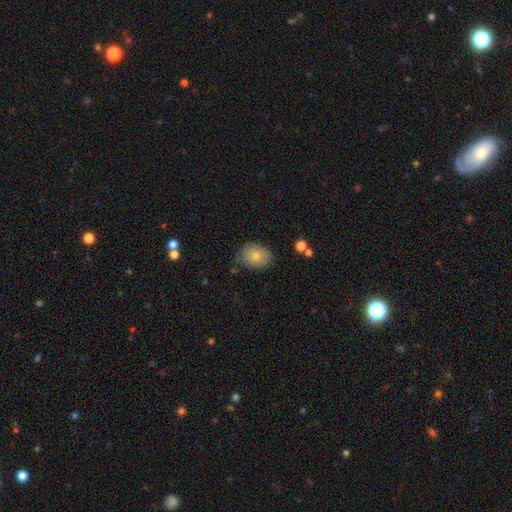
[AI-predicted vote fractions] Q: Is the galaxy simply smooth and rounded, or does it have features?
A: smooth — 74%.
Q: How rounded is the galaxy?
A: in between — 60%.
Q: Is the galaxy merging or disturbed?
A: none — 80%.